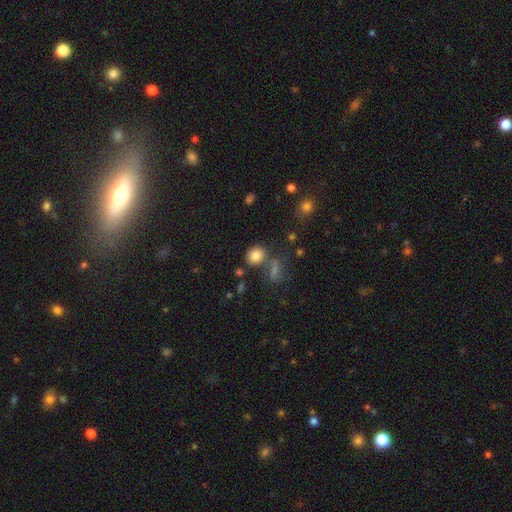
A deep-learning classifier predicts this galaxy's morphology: Smooth or featured: smooth — 81% (star or artifact — 12%)
How rounded: round — 65% (in between — 34%)
Merging: none — 67% (merger — 16%)